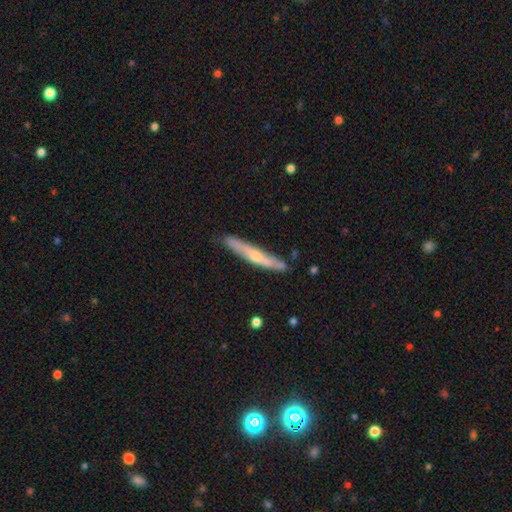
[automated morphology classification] This is possibly a featured or disk galaxy (56%). It is clearly viewed edge-on (88%). Merging: likely none (80%).